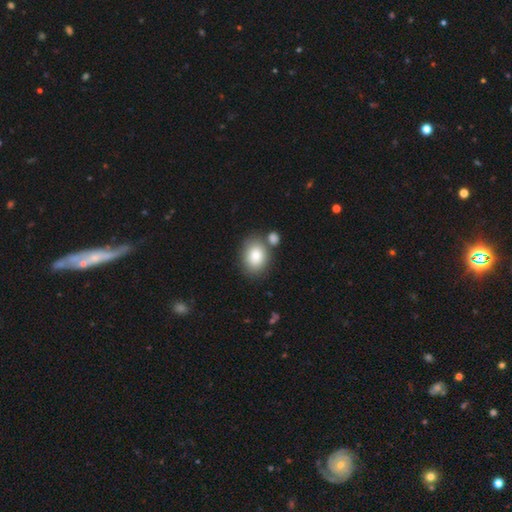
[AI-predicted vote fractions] smooth 82%, featured or disk 10%, star or artifact 8%. Down the decision tree: how rounded — in between (64%); merging — none (66%).